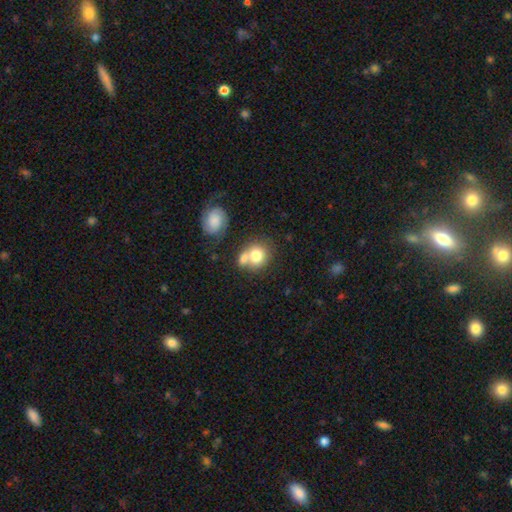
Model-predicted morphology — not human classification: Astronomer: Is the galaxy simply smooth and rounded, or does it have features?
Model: smooth — 75%.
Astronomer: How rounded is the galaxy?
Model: round — 71%.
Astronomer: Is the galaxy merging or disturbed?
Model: merger — 47% (runner-up: none, 38%).